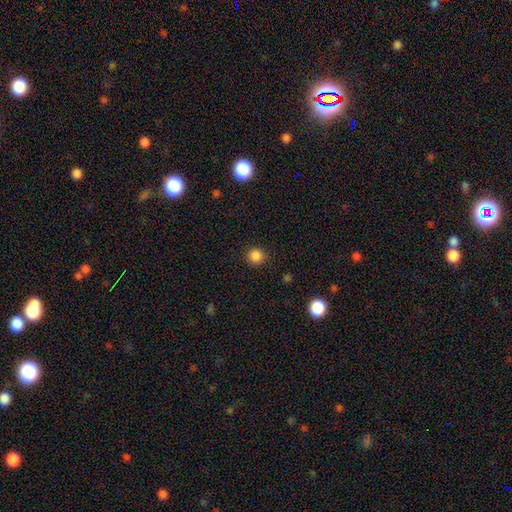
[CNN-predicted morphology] A smooth galaxy with no disk features (85%) that is round (93%).

Vote fractions:
- Smooth or featured? smooth: 85% / star or artifact: 12% / featured or disk: 3%
- How rounded? round: 93% / in between: 6% / cigar-shaped: 1%
- Merging? none: 89% / minor disturbance: 7% / major disturbance: 2% / merger: 1%